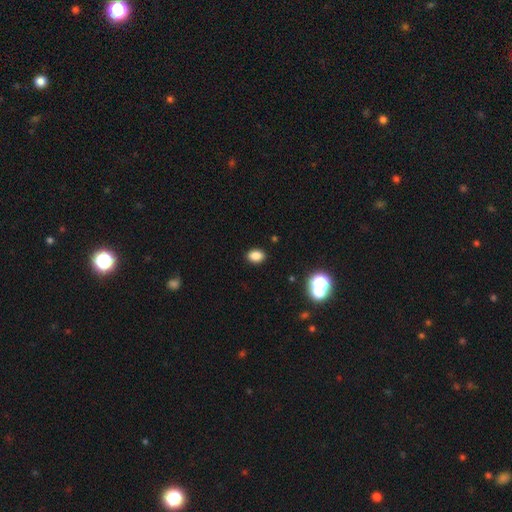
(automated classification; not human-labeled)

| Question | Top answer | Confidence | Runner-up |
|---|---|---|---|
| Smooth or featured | smooth | 84% | star or artifact (12%) |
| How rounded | in between | 76% | round (23%) |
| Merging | none | 89% | minor disturbance (8%) |